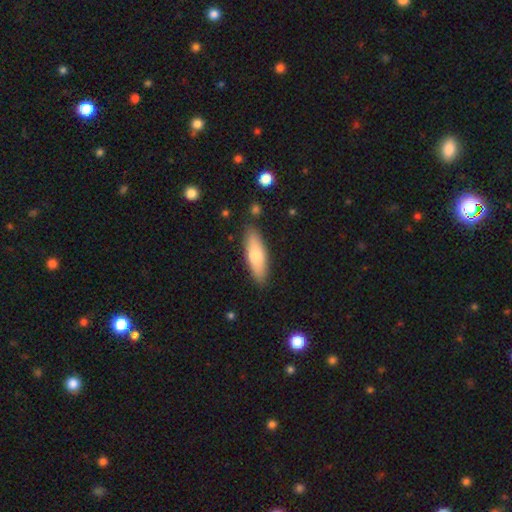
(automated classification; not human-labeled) A smooth galaxy with no disk features (69%) that is in between round and cigar-shaped (55%). Merging: none (86%).